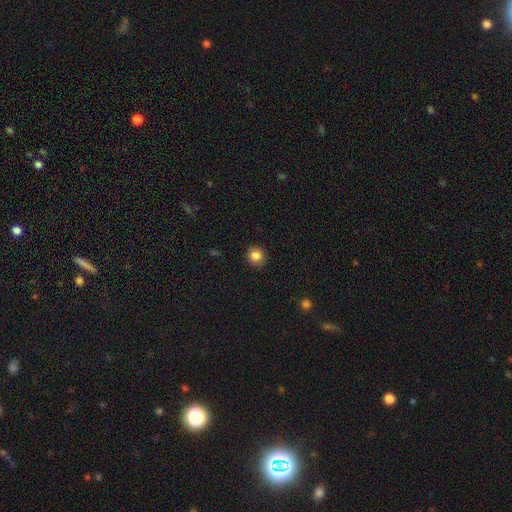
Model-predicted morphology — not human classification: A smooth galaxy with no disk features (85%) that is round (87%).

Vote fractions:
- Smooth or featured? smooth: 85% / star or artifact: 10% / featured or disk: 5%
- How rounded? round: 87% / in between: 12% / cigar-shaped: 1%
- Merging? none: 91% / minor disturbance: 6% / major disturbance: 2% / merger: 1%